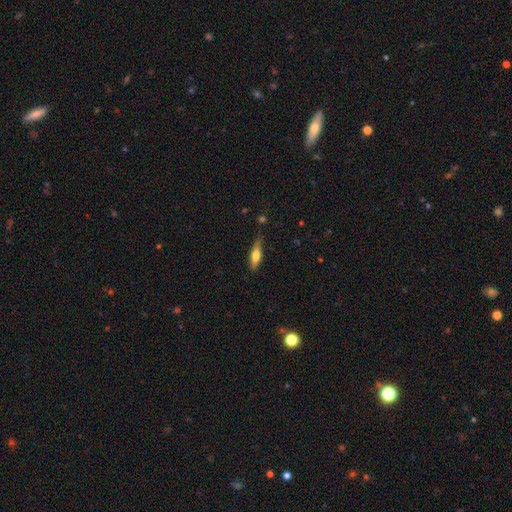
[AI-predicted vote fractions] Q: Smooth or featured?
A: smooth (59%); runner-up: featured or disk (35%)
Q: How rounded?
A: cigar-shaped (62%); runner-up: in between (35%)
Q: Merging?
A: none (70%); runner-up: minor disturbance (23%)